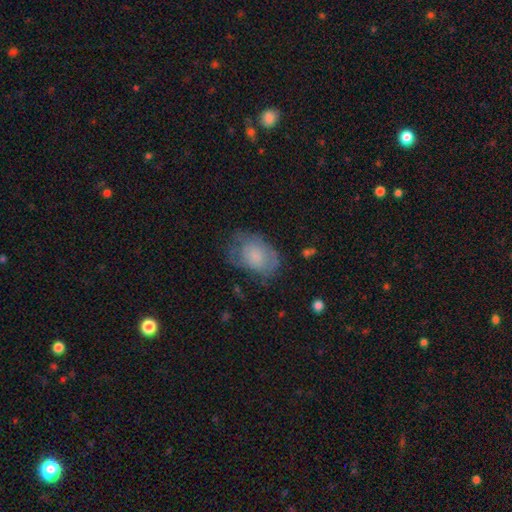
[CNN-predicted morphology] smooth_or_featured: smooth (p=0.64) [alt: featured or disk p=0.28]
how_rounded: in between (p=0.81) [alt: round p=0.17]
merging: none (p=0.50) [alt: minor disturbance p=0.30]